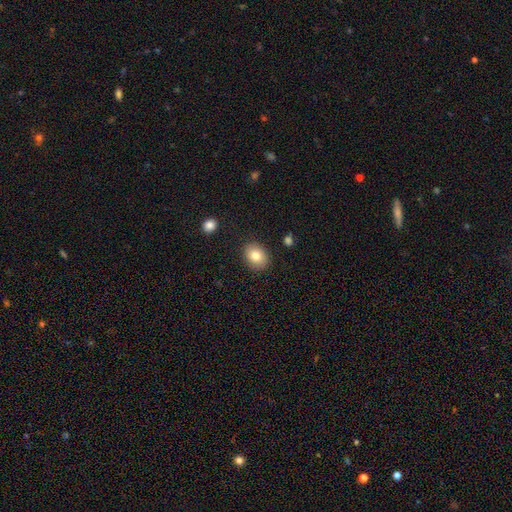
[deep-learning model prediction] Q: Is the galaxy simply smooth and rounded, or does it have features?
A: smooth — 81%.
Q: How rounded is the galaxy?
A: in between — 56%.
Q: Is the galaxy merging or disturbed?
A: none — 86%.